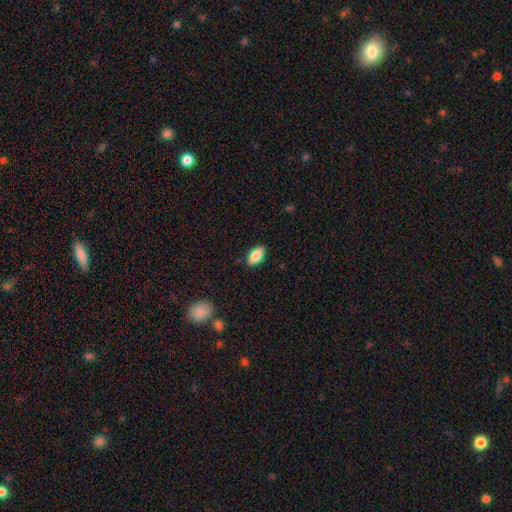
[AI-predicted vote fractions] A smooth galaxy with no disk features (85%) that is in between round and cigar-shaped (90%).

Vote fractions:
- Smooth or featured? smooth: 85% / featured or disk: 8% / star or artifact: 7%
- How rounded? in between: 90% / cigar-shaped: 7% / round: 3%
- Merging? none: 87% / minor disturbance: 10% / major disturbance: 2% / merger: 1%